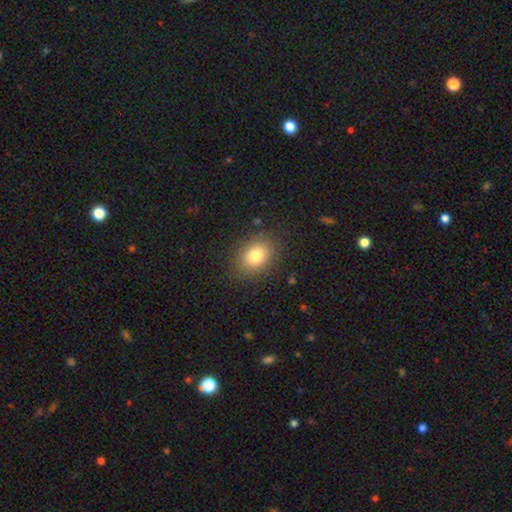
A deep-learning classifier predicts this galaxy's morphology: Smooth or featured: smooth — 80% (featured or disk — 10%)
How rounded: in between — 62% (round — 37%)
Merging: none — 85% (minor disturbance — 10%)